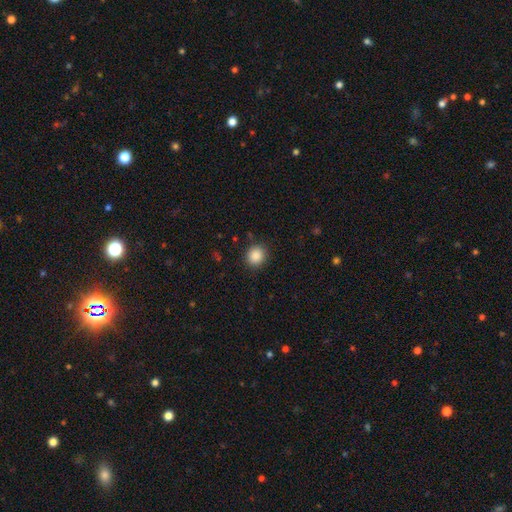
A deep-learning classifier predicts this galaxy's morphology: Overall: smooth (88%). How rounded: round (83%). Merging: none (88%).